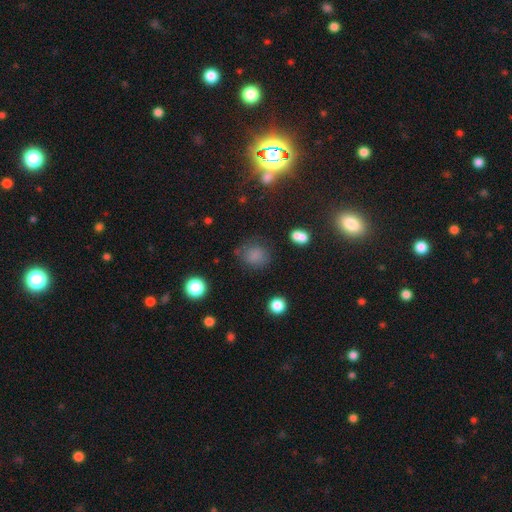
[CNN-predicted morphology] smooth_or_featured: smooth (p=0.78) [alt: star or artifact p=0.15]
how_rounded: round (p=0.75) [alt: in between p=0.24]
merging: none (p=0.72) [alt: minor disturbance p=0.17]